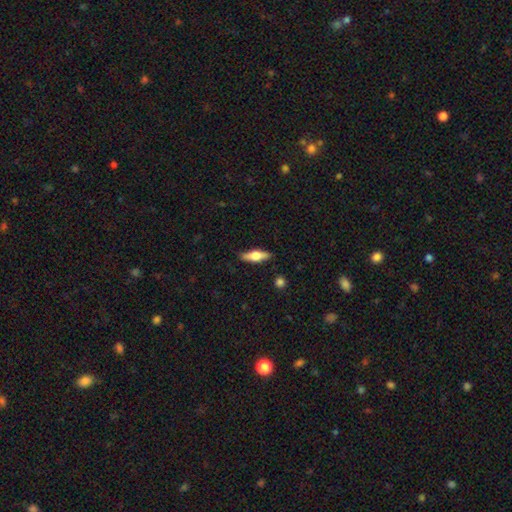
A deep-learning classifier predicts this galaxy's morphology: type=smooth (52%); roundness=in between (50%); merging=none (87%).